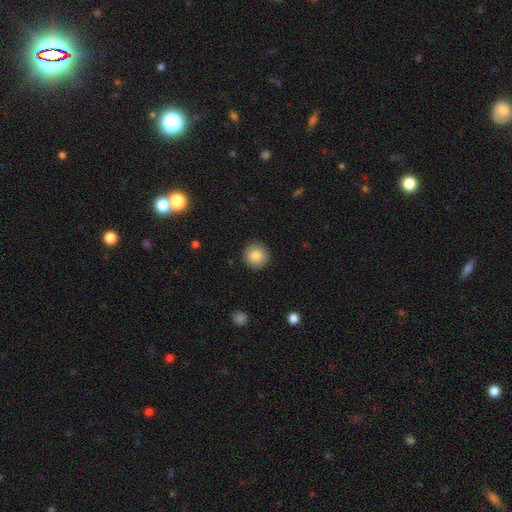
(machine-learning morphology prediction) Smooth or featured? Predicted: smooth (p=0.86). How rounded? Predicted: round (p=0.95). Merging? Predicted: none (p=0.92).